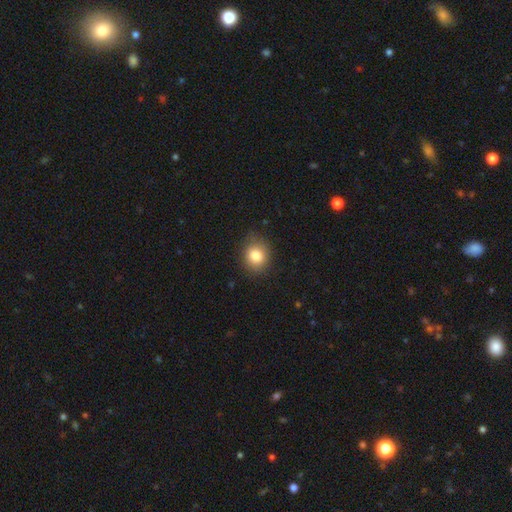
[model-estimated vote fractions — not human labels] This appears to be a smooth galaxy with no disk features (83%) that is round (75%). Merging: none (84%).